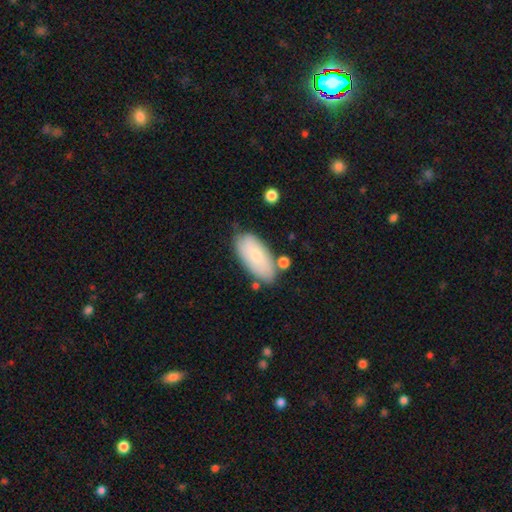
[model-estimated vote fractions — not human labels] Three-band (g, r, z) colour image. It shows a smooth galaxy with no disk features (71%) that is in between round and cigar-shaped (91%). Merging: none (70%).